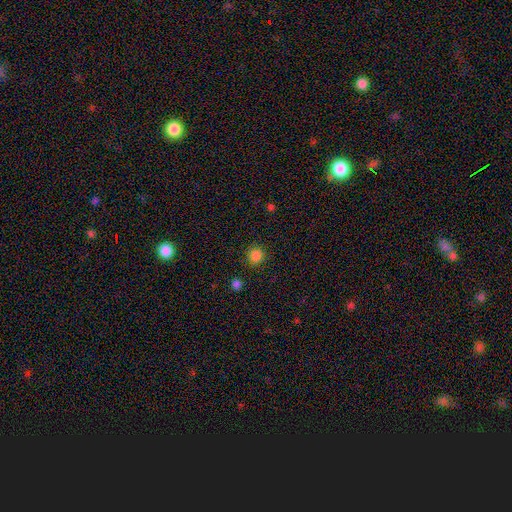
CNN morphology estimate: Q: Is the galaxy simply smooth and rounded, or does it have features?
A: smooth — 85%.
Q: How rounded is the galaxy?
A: round — 92%.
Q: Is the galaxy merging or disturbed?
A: none — 90%.